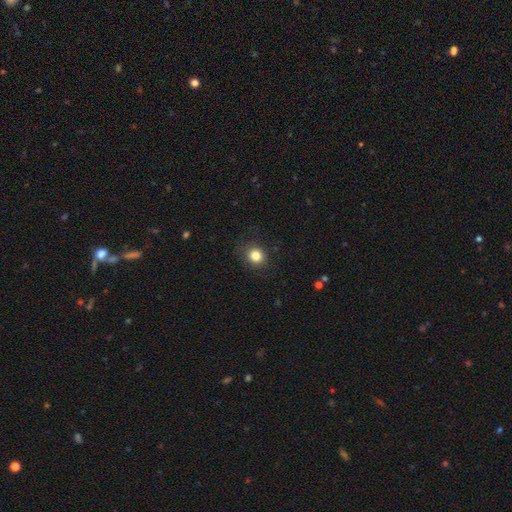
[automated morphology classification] The model was most divided on "how rounded": round: 79%, in between: 20%, cigar-shaped: 1%. More confident: merging — none (86%); smooth or featured — smooth (83%).